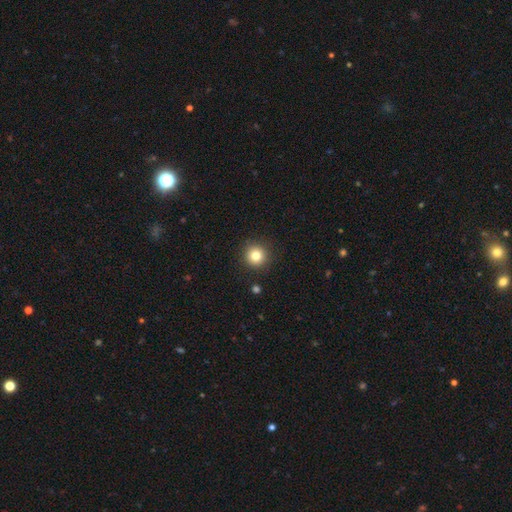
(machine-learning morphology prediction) Q: Smooth or featured?
A: smooth (82%); runner-up: star or artifact (12%)
Q: How rounded?
A: round (94%); runner-up: in between (5%)
Q: Merging?
A: none (90%); runner-up: minor disturbance (6%)